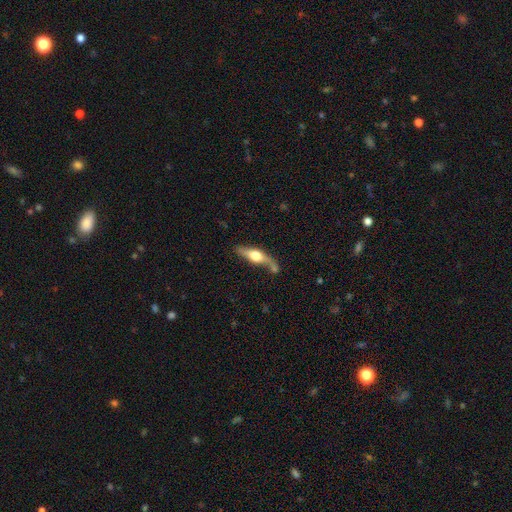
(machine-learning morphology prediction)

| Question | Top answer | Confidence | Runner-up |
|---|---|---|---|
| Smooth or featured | featured or disk | 59% | smooth (35%) |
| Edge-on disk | yes | 86% | no (14%) |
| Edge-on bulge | rounded | 94% | boxy (4%) |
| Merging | none | 56% | minor disturbance (20%) |